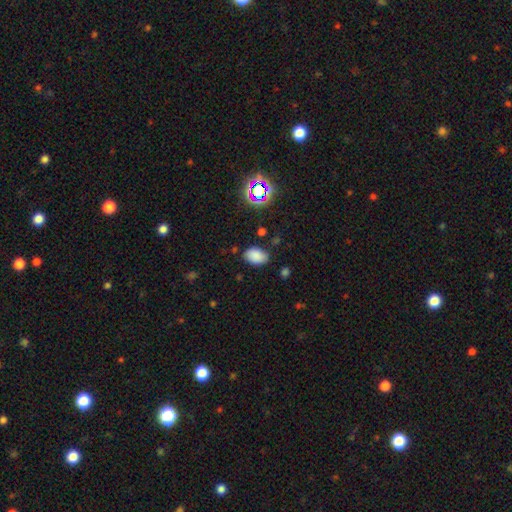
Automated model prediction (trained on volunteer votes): smooth-or-featured: smooth: 81% | star or artifact: 12% | featured or disk: 6%
  how-rounded: in between: 87% | round: 12% | cigar-shaped: 1%
  merging: none: 78% | minor disturbance: 16% | major disturbance: 4% | merger: 2%